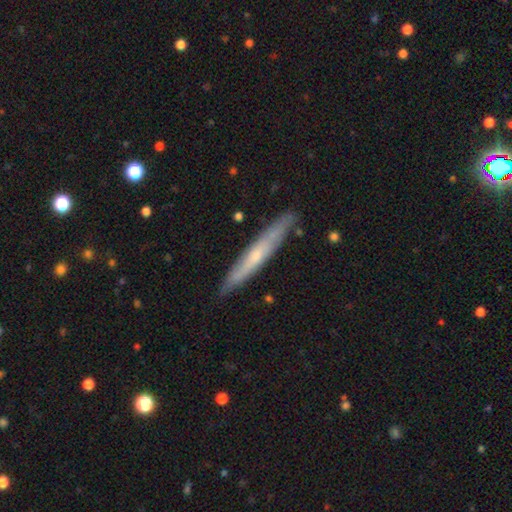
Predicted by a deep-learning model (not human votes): A featured or disk galaxy (54%) viewed edge-on (87%). Merging: none (86%).